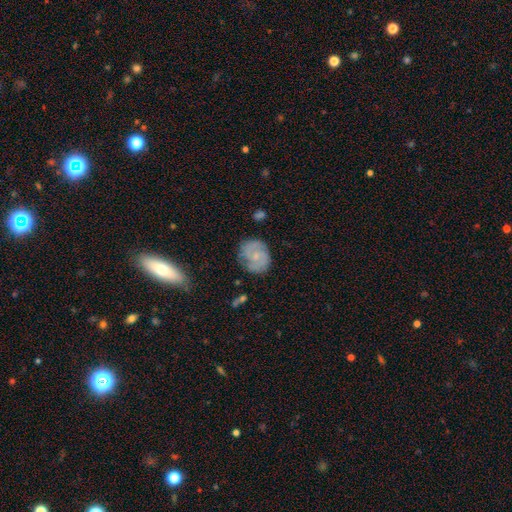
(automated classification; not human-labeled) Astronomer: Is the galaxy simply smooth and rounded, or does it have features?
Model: featured or disk — 62%.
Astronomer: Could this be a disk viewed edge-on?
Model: no — 97%.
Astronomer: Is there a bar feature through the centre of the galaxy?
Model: no — 64%.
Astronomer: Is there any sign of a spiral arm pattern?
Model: yes — 89%.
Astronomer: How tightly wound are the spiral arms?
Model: tight — 47% (runner-up: medium, 40%).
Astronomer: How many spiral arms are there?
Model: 2 — 63%.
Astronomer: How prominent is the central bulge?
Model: small — 57%.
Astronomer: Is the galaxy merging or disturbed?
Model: none — 74%.